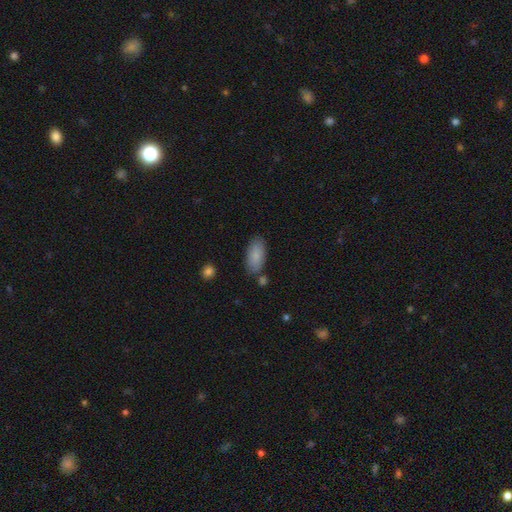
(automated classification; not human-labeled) smooth-or-featured: smooth: 87% | featured or disk: 7% | star or artifact: 6%
  how-rounded: in between: 93% | cigar-shaped: 5% | round: 2%
  merging: none: 77% | minor disturbance: 14% | merger: 5% | major disturbance: 3%